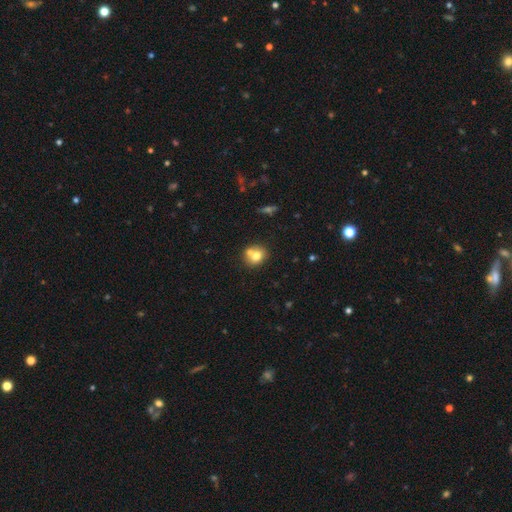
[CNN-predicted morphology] A smooth galaxy with no disk features (71%) that is round (75%).

Vote fractions:
- Smooth or featured? smooth: 71% / featured or disk: 18% / star or artifact: 11%
- How rounded? round: 75% / in between: 24% / cigar-shaped: 1%
- Merging? none: 50% / merger: 38% / minor disturbance: 9% / major disturbance: 3%